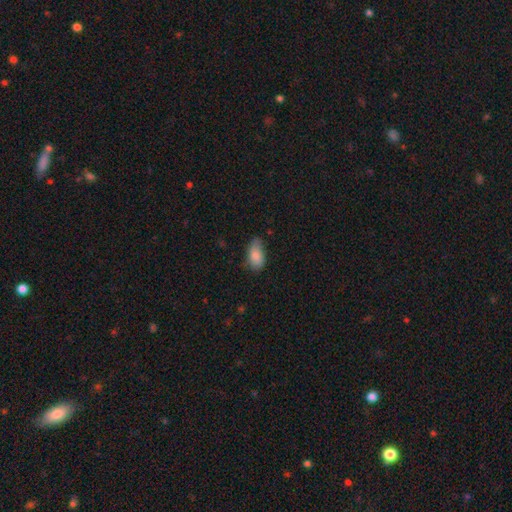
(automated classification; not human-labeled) Smooth or featured? smooth (83%)
How rounded? in between (92%)
Merging? none (58%)